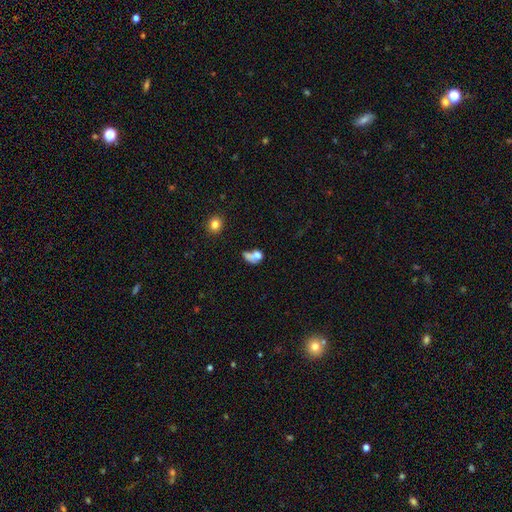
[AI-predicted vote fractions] Q: Smooth or featured?
A: smooth (63%); runner-up: featured or disk (22%)
Q: How rounded?
A: in between (64%); runner-up: round (31%)
Q: Merging?
A: merger (38%); runner-up: major disturbance (25%)